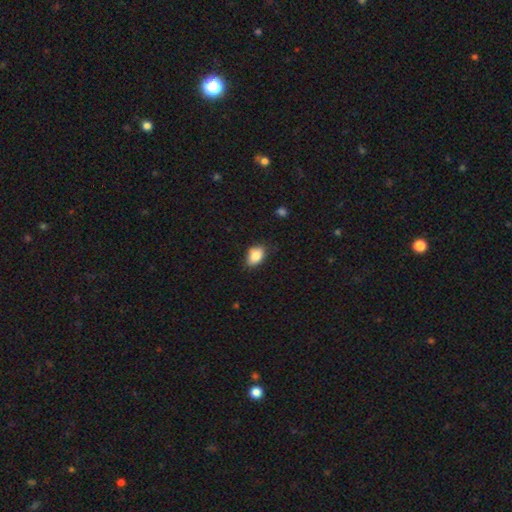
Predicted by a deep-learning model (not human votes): This appears to be a smooth galaxy with no disk features (86%) that is in between round and cigar-shaped (83%). Merging: none (75%).